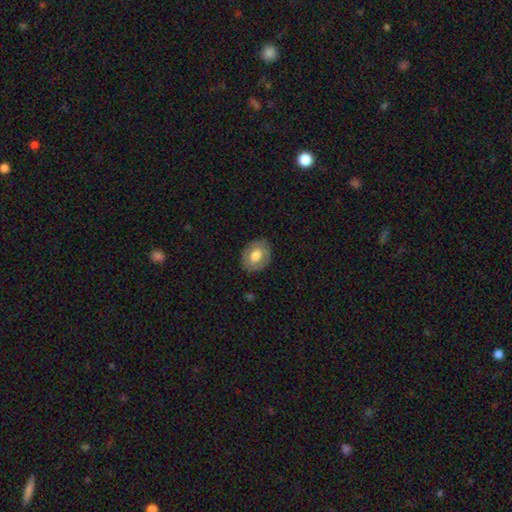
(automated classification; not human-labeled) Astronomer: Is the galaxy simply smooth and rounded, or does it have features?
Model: smooth — 65%.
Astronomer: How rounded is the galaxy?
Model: in between — 61% (runner-up: round, 38%).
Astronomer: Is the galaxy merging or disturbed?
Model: none — 84%.